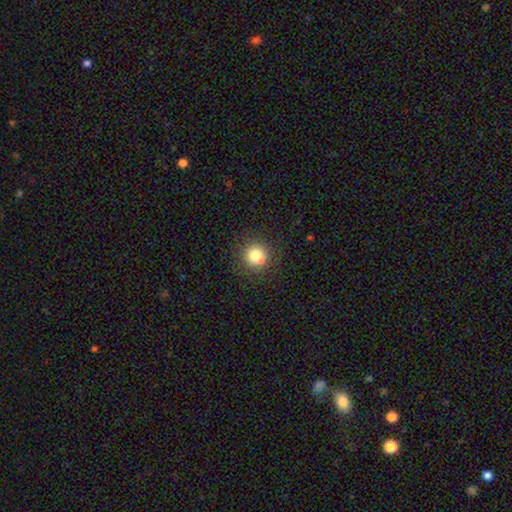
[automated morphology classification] smooth 78%, star or artifact 13%, featured or disk 9%. Down the decision tree: how rounded — round (91%); merging — none (82%).